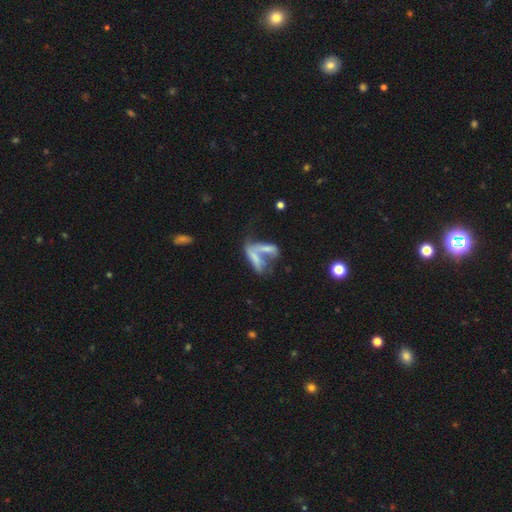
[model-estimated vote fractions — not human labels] This is possibly a smooth galaxy (51%). How rounded: possibly in between (51%). Merging: likely merger (66%).